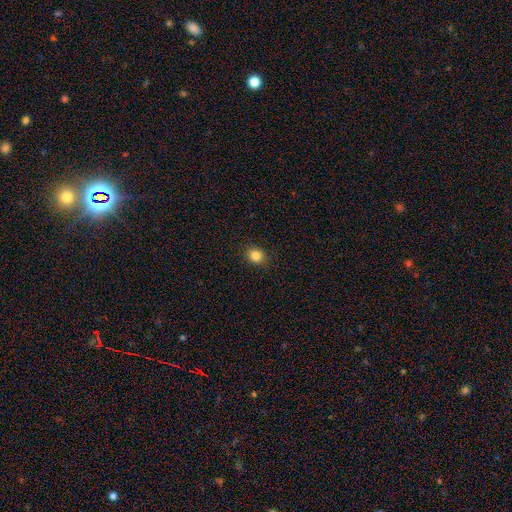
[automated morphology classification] This appears to be a smooth galaxy with no disk features (84%) that is round (74%). Merging: none (91%).